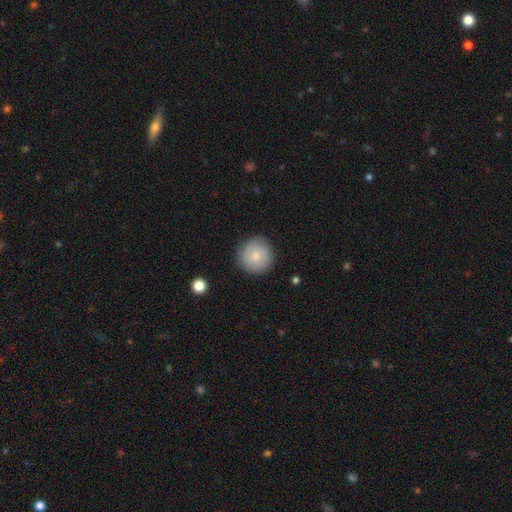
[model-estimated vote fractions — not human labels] Smooth or featured? smooth (79%)
How rounded? round (94%)
Merging? none (87%)